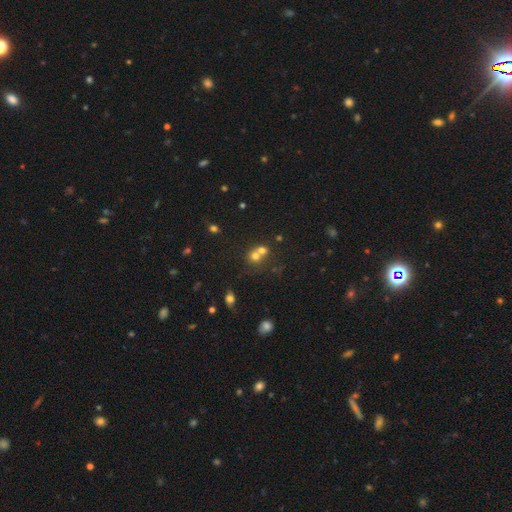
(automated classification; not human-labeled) The model was most divided on "merging": merger: 53%, none: 38%, minor disturbance: 6%, major disturbance: 3%. More confident: how rounded — round (82%); smooth or featured — smooth (65%).